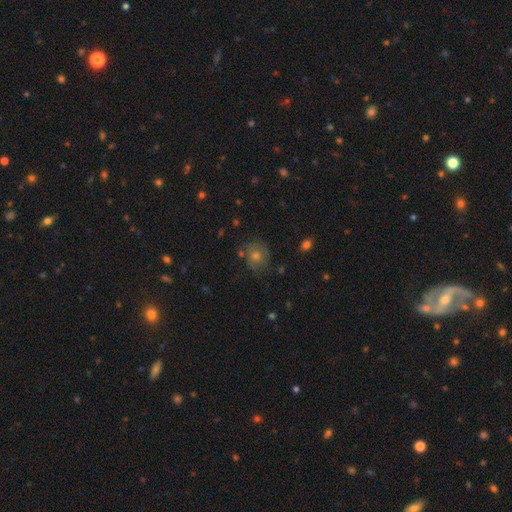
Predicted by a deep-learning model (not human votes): Morphology: type=smooth (52%); roundness=round (80%); merging=none (74%).